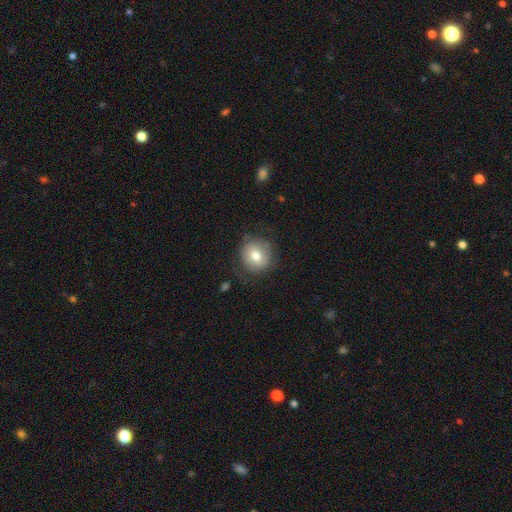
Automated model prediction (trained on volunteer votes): A smooth galaxy with no disk features (73%) that is round (89%).

Vote fractions:
- Smooth or featured? smooth: 73% / featured or disk: 18% / star or artifact: 9%
- How rounded? round: 89% / in between: 10% / cigar-shaped: 1%
- Merging? none: 75% / minor disturbance: 17% / major disturbance: 7% / merger: 1%